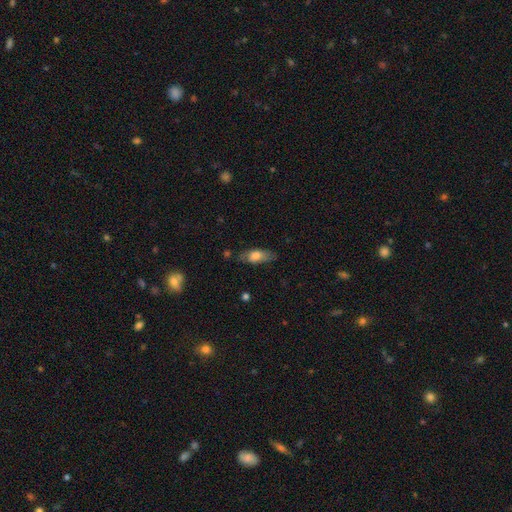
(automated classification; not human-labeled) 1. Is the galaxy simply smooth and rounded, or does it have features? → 69% smooth, 24% featured or disk, 7% star or artifact.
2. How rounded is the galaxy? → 73% in between, 24% cigar-shaped, 3% round.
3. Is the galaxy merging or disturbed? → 69% none, 22% minor disturbance, 6% major disturbance, 2% merger.